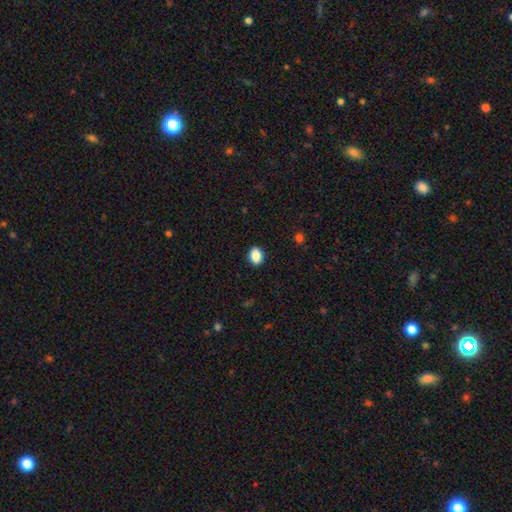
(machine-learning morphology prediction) Smooth or featured: smooth — 88% (star or artifact — 9%)
How rounded: in between — 67% (round — 32%)
Merging: none — 90% (minor disturbance — 7%)